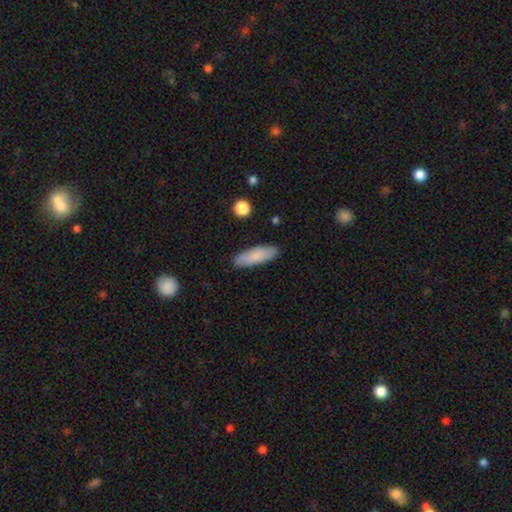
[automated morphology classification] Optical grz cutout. It shows a smooth galaxy with no disk features (82%) that is cigar-shaped (50%). Merging: none (87%).